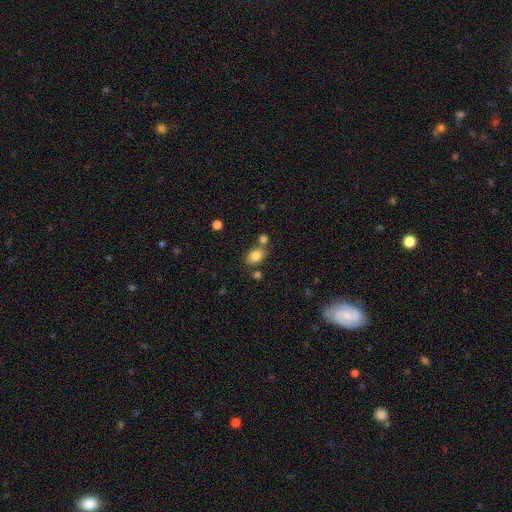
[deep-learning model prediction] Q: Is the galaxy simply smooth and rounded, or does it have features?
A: smooth — 82%.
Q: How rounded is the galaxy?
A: in between — 70%.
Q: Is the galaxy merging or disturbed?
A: none — 64%.